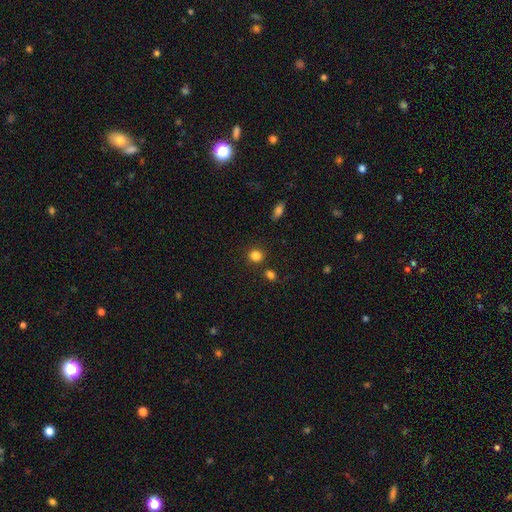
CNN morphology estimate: smooth 84%, star or artifact 12%, featured or disk 4%. Down the decision tree: how rounded — round (84%); merging — none (82%).